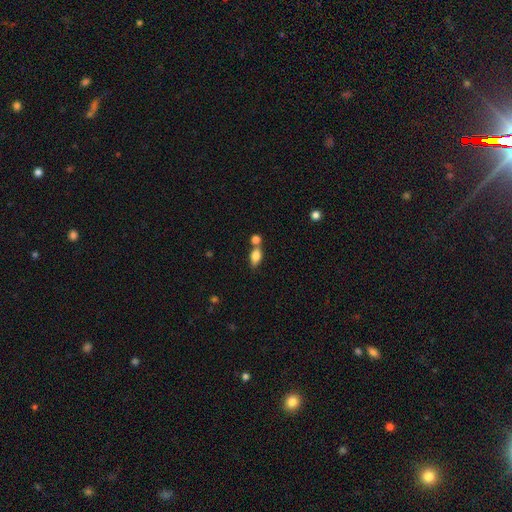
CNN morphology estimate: type=smooth (81%); roundness=in between (83%); merging=none (52%).